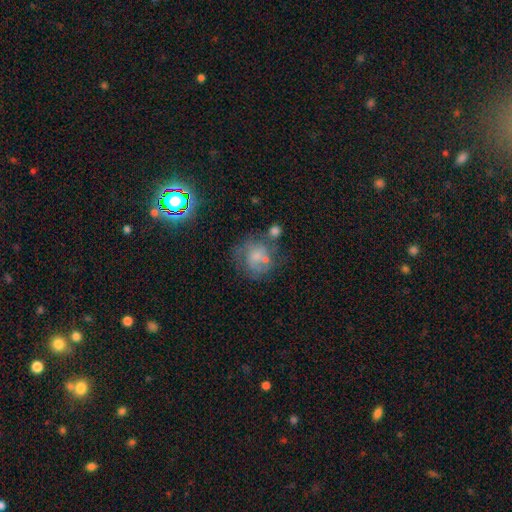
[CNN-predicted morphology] featured or disk 40%, smooth 36%, star or artifact 24%. Down the decision tree: merging — none (56%).